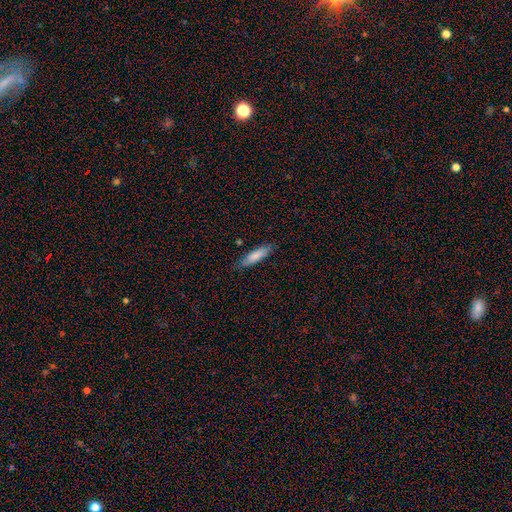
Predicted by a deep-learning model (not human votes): Smooth or featured? Predicted: smooth (p=0.81). How rounded? Predicted: cigar-shaped (p=0.65). Merging? Predicted: none (p=0.81).